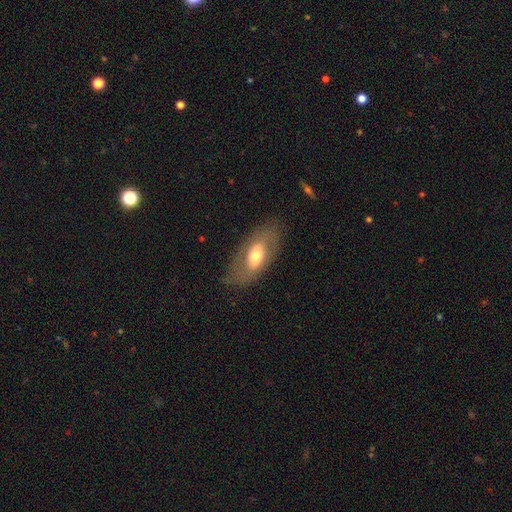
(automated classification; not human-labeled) A smooth galaxy with no disk features (49%).

Vote fractions:
- Smooth or featured? smooth: 49% / featured or disk: 44% / star or artifact: 7%
- Merging? none: 74% / minor disturbance: 16% / major disturbance: 8% / merger: 1%